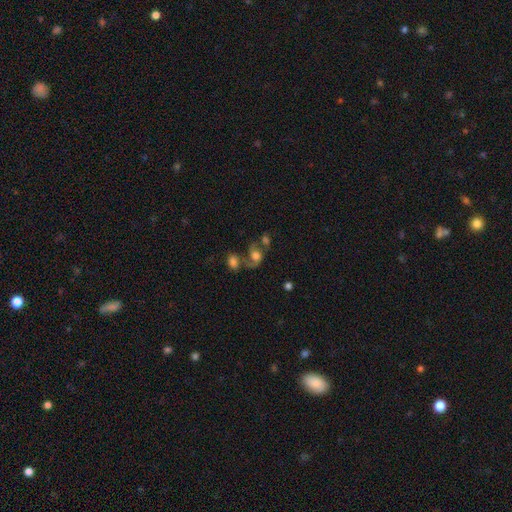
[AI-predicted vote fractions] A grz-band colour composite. It shows a featured or disk galaxy (44%). Merging: merger (41%).